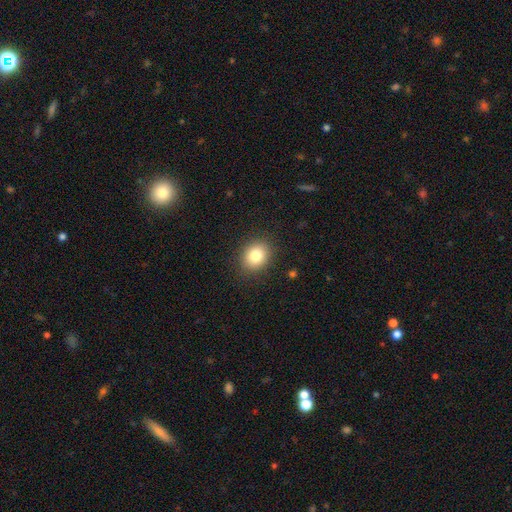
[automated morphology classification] Smooth or featured?
  - smooth: 83% *
  - star or artifact: 10%
  - featured or disk: 7%
How rounded?
  - round: 55% *
  - in between: 44%
  - cigar-shaped: 1%
Merging?
  - none: 88% *
  - minor disturbance: 9%
  - major disturbance: 3%
  - merger: 1%